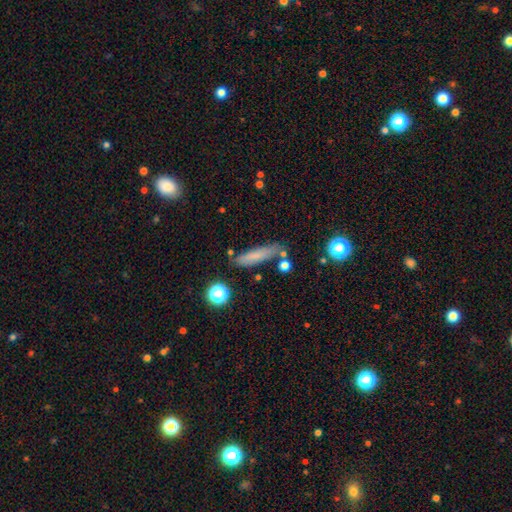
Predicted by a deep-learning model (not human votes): smooth 73%, featured or disk 17%, star or artifact 10%. Down the decision tree: how rounded — cigar-shaped (81%); merging — none (76%).